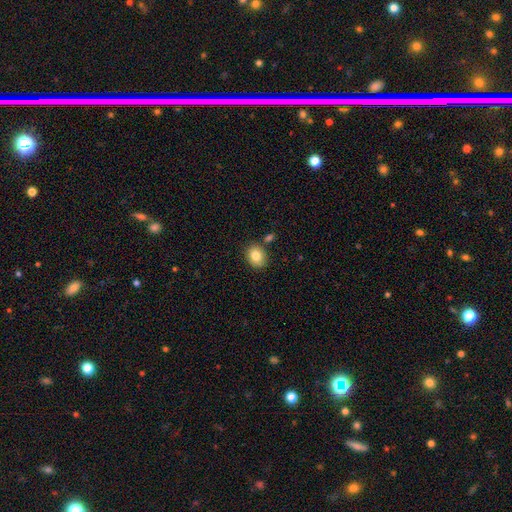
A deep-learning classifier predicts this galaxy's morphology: Smooth or featured? smooth (82%)
How rounded? round (54%)
Merging? none (79%)